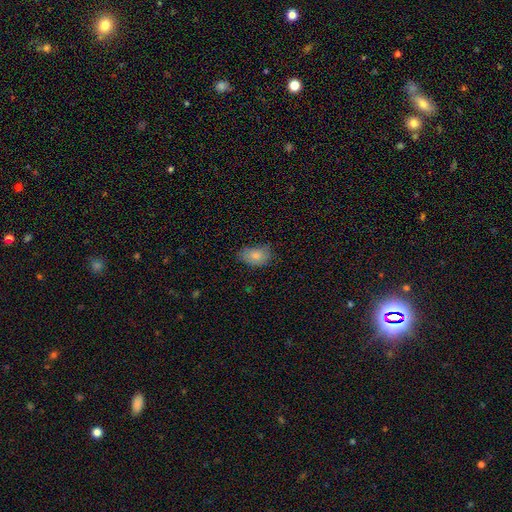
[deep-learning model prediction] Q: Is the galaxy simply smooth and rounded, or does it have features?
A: smooth — 81%.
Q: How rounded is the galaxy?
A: in between — 87%.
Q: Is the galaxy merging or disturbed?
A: none — 65%.